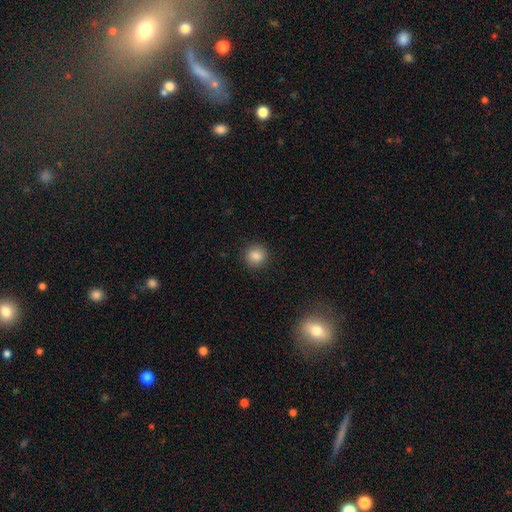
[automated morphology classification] Smooth or featured?
  - smooth: 86% *
  - star or artifact: 10%
  - featured or disk: 4%
How rounded?
  - round: 89% *
  - in between: 10%
  - cigar-shaped: 1%
Merging?
  - none: 90% *
  - minor disturbance: 7%
  - major disturbance: 2%
  - merger: 1%